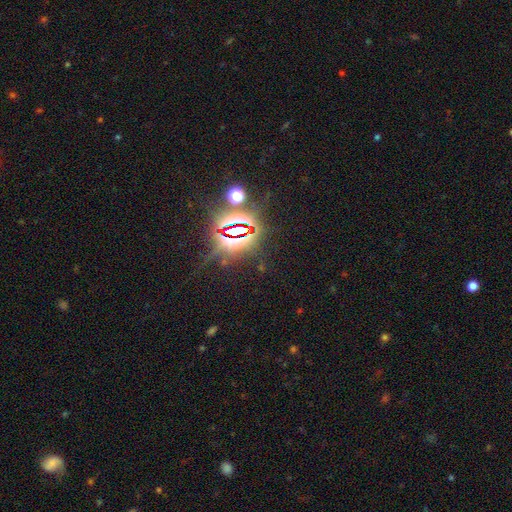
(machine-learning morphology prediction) The model was most divided on "smooth or featured": star or artifact: 84%, smooth: 9%, featured or disk: 8%.